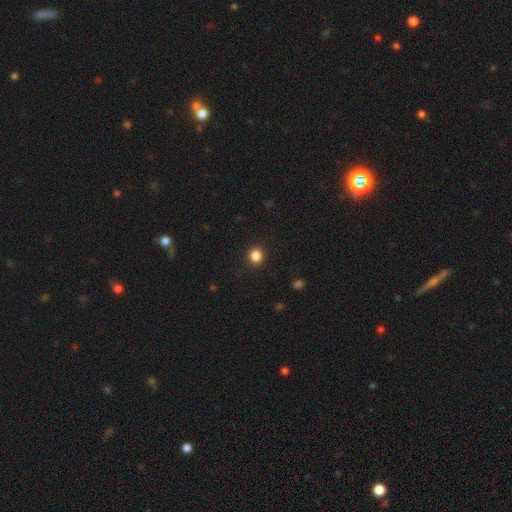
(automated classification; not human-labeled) Morphology: type=smooth (85%); roundness=round (79%); merging=none (90%).